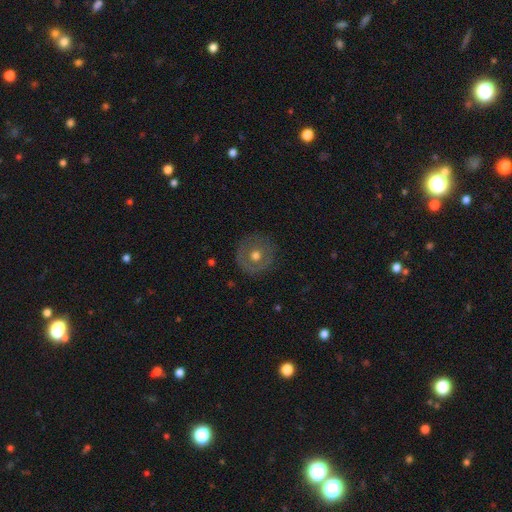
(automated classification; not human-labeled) This is possibly a smooth galaxy (52%). How rounded: clearly round (94%). Merging: clearly none (86%).